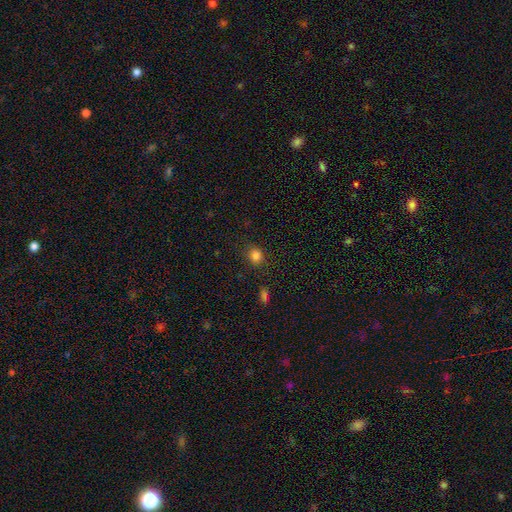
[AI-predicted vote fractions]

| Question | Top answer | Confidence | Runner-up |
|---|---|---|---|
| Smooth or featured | smooth | 82% | star or artifact (13%) |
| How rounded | round | 69% | in between (30%) |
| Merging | none | 83% | minor disturbance (11%) |